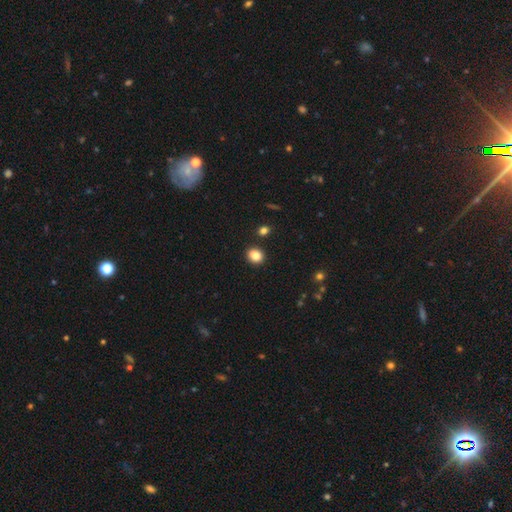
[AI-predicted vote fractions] A smooth galaxy with no disk features (85%) that is round (63%).

Vote fractions:
- Smooth or featured? smooth: 85% / star or artifact: 10% / featured or disk: 5%
- How rounded? round: 63% / in between: 36% / cigar-shaped: 1%
- Merging? none: 88% / minor disturbance: 7% / merger: 3% / major disturbance: 2%